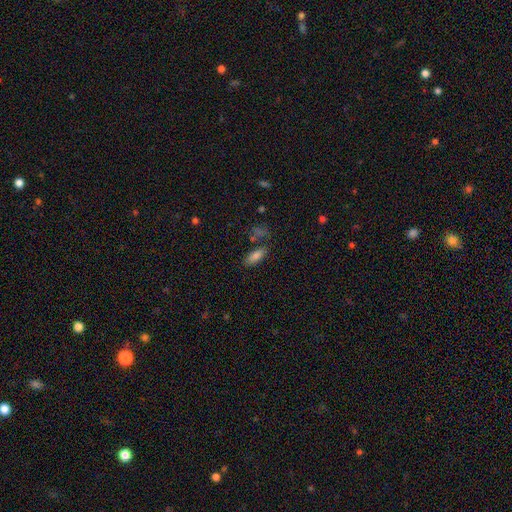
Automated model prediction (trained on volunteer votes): smooth-or-featured: smooth: 82% | star or artifact: 10% | featured or disk: 8%
  how-rounded: in between: 75% | cigar-shaped: 23% | round: 3%
  merging: none: 70% | minor disturbance: 15% | merger: 10% | major disturbance: 5%